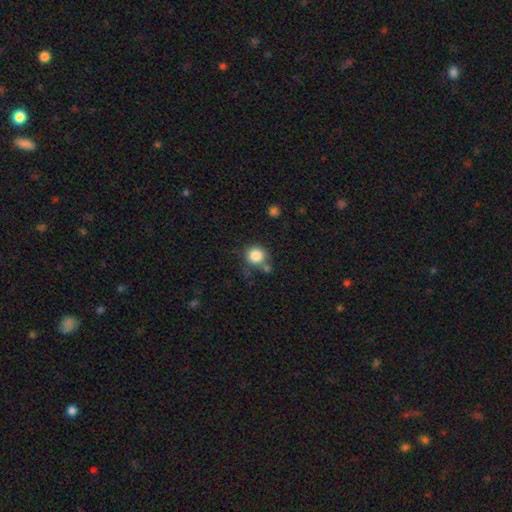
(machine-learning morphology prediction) Smooth or featured? smooth (84%)
How rounded? round (91%)
Merging? none (69%)